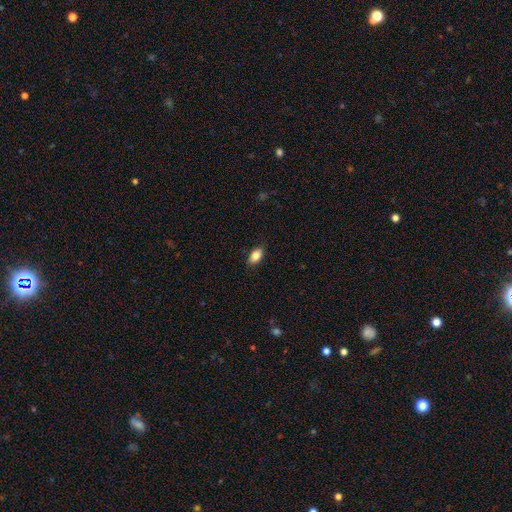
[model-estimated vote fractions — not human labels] smooth-or-featured: smooth: 86% | star or artifact: 8% | featured or disk: 7%
  how-rounded: in between: 89% | round: 8% | cigar-shaped: 2%
  merging: none: 85% | minor disturbance: 11% | major disturbance: 2% | merger: 1%